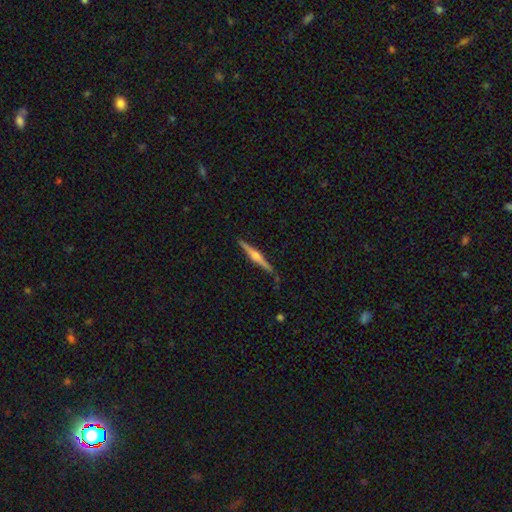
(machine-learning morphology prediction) This appears to be a featured or disk galaxy (68%) viewed edge-on (98%) with a rounded central bulge (77%). Merging: none (87%).